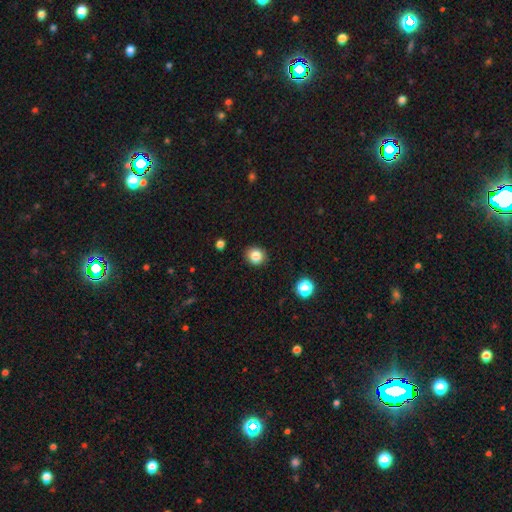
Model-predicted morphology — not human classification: Smooth or featured: smooth — 84% (star or artifact — 11%)
How rounded: round — 82% (in between — 17%)
Merging: none — 89% (minor disturbance — 8%)